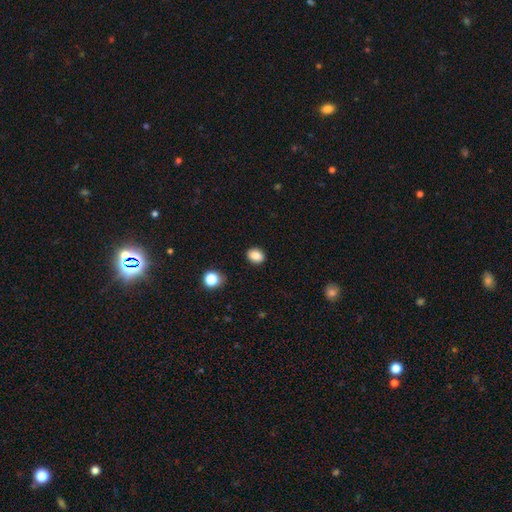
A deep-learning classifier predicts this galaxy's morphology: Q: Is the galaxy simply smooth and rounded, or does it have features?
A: smooth — 86%.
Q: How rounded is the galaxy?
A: in between — 58%.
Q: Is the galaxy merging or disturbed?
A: none — 88%.